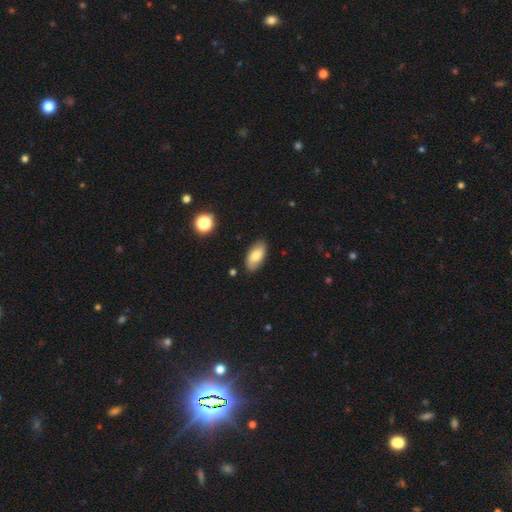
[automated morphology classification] Smooth or featured: smooth — 78% (featured or disk — 15%)
How rounded: in between — 93% (cigar-shaped — 4%)
Merging: none — 87% (minor disturbance — 10%)